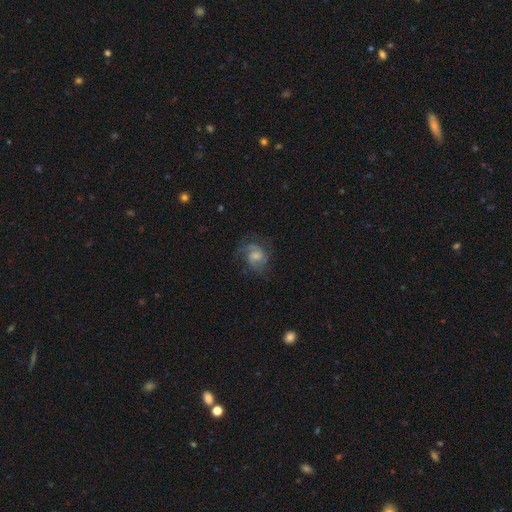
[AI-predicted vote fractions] Q: Smooth or featured?
A: featured or disk (75%); runner-up: smooth (18%)
Q: Edge-on disk?
A: no (98%); runner-up: yes (2%)
Q: Bar?
A: no (54%); runner-up: weak (40%)
Q: Spiral arms?
A: yes (94%); runner-up: no (6%)
Q: Spiral winding?
A: medium (49%); runner-up: tight (29%)
Q: Spiral arm count?
A: 2 (65%); runner-up: can't tell (13%)
Q: Bulge size?
A: moderate (41%); runner-up: small (37%)
Q: Merging?
A: none (61%); runner-up: minor disturbance (20%)